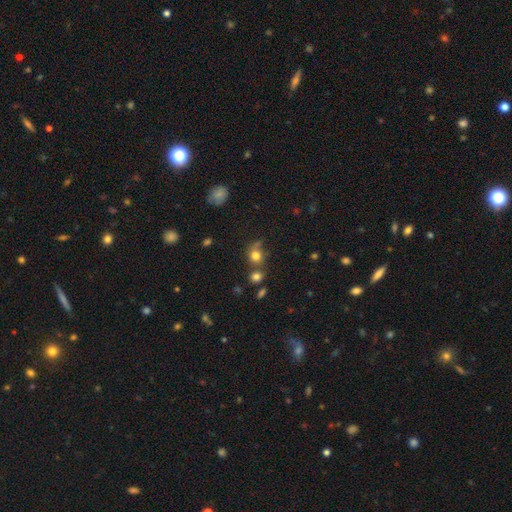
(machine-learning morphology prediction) Smooth or featured? Predicted: smooth (p=0.77). How rounded? Predicted: round (p=0.79). Merging? Predicted: none (p=0.55).